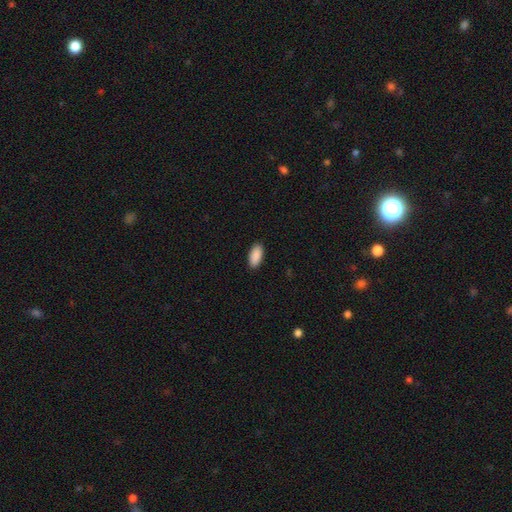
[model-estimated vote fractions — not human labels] smooth 91%, star or artifact 6%, featured or disk 3%. Down the decision tree: how rounded — in between (92%); merging — none (90%).